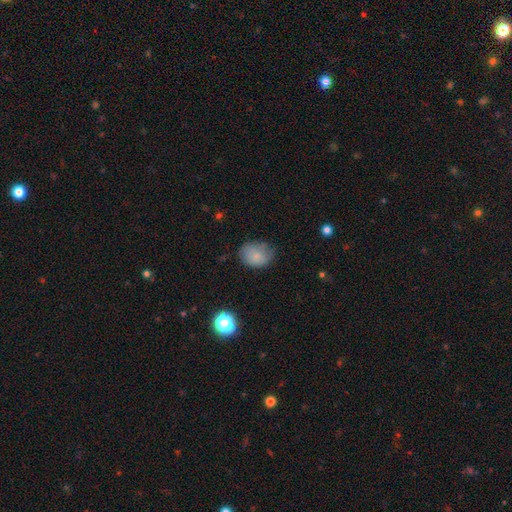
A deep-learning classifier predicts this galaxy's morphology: type=smooth (76%); roundness=in between (57%); merging=none (57%).